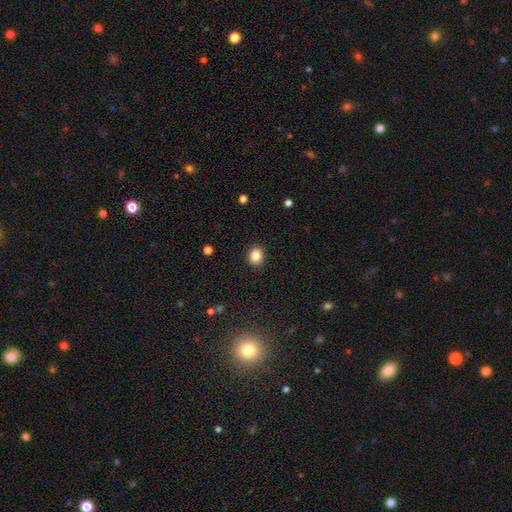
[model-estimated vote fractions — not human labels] smooth_or_featured: smooth (p=0.86) [alt: star or artifact p=0.10]
how_rounded: round (p=0.63) [alt: in between p=0.36]
merging: none (p=0.91) [alt: minor disturbance p=0.06]